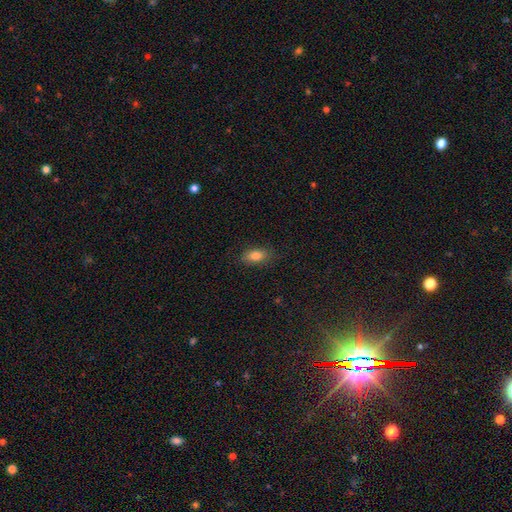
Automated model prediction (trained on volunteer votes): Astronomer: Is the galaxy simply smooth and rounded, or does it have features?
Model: smooth — 81%.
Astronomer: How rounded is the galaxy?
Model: in between — 87%.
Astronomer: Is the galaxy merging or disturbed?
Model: none — 84%.